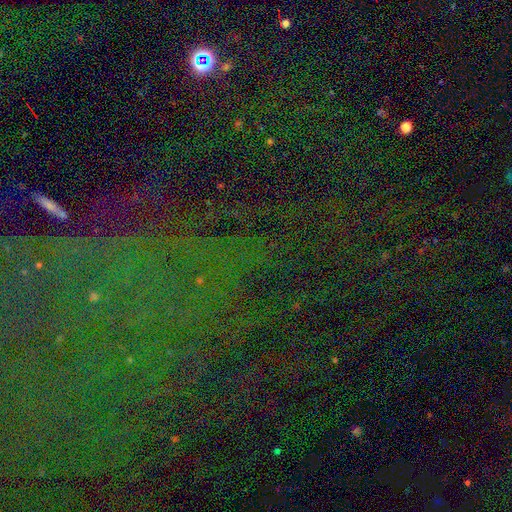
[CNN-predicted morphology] A star or artifact, not a galaxy (81%).

Vote fractions:
- Smooth or featured? star or artifact: 81% / featured or disk: 10% / smooth: 9%